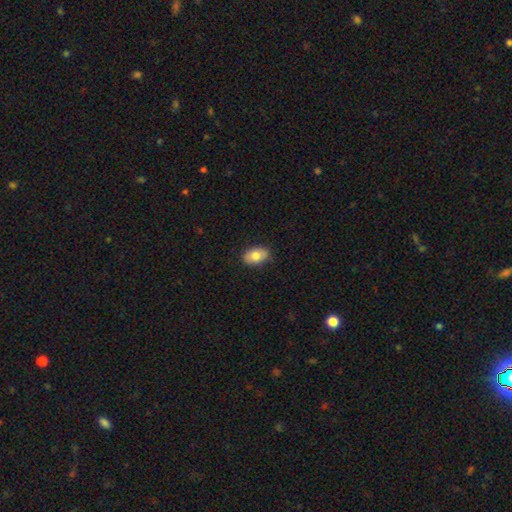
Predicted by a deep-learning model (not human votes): The model was most divided on "smooth or featured": smooth: 80%, featured or disk: 13%, star or artifact: 7%. More confident: how rounded — in between (90%); merging — none (88%).